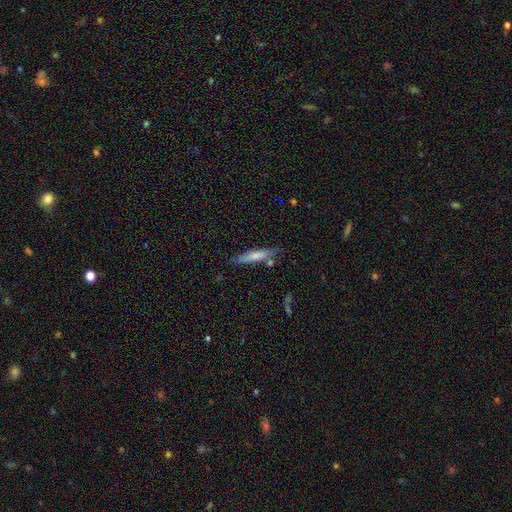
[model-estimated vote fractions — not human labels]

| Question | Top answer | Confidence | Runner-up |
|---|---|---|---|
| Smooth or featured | smooth | 68% | featured or disk (26%) |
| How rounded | cigar-shaped | 83% | in between (16%) |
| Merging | none | 73% | minor disturbance (17%) |